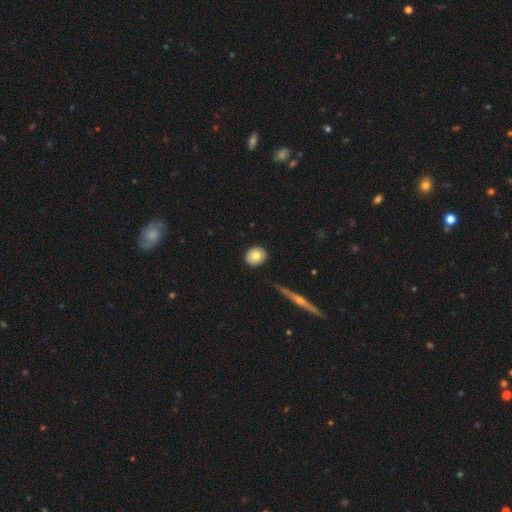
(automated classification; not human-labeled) Smooth or featured: smooth — 74% (featured or disk — 18%)
How rounded: round — 80% (in between — 18%)
Merging: none — 91% (minor disturbance — 6%)